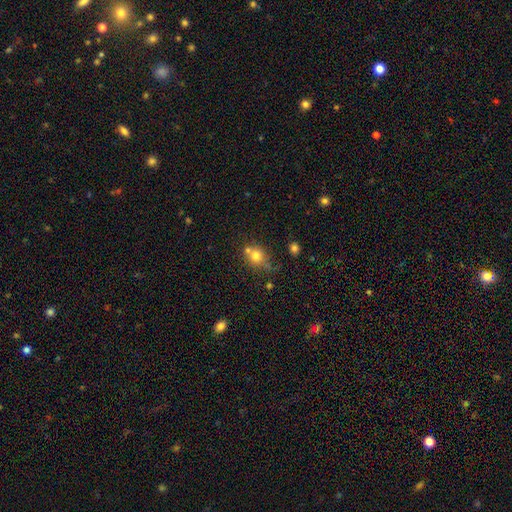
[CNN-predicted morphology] This is likely a smooth galaxy (74%). How rounded: likely round (72%). Merging: possibly none (52%).